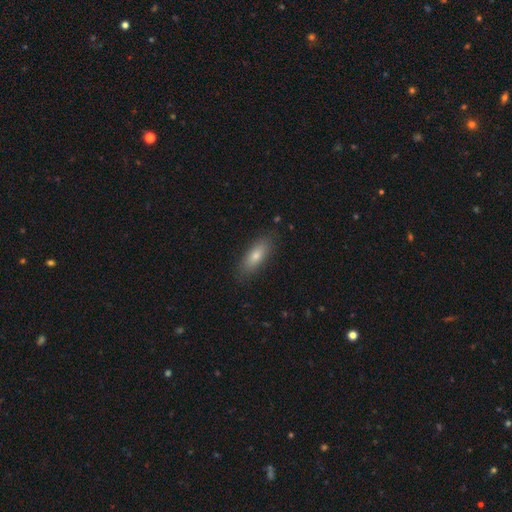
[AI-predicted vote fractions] A smooth galaxy with no disk features (73%) that is in between round and cigar-shaped (60%). Merging: none (86%).